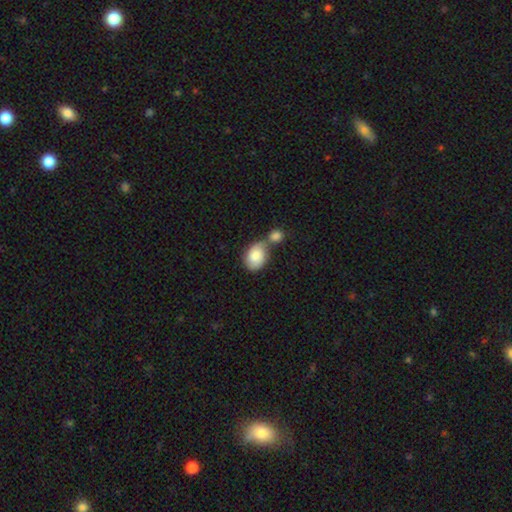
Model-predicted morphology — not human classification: The model was most divided on "merging": merger: 56%, none: 26%, minor disturbance: 12%, major disturbance: 6%. More confident: smooth or featured — smooth (81%); how rounded — in between (71%).